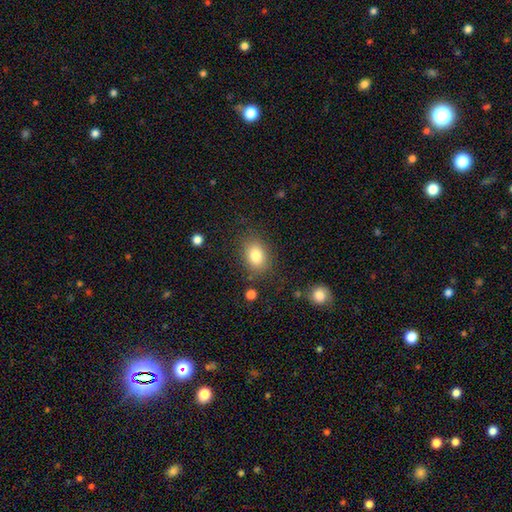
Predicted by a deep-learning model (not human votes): Q: Smooth or featured?
A: smooth (82%); runner-up: star or artifact (9%)
Q: How rounded?
A: in between (67%); runner-up: round (32%)
Q: Merging?
A: none (81%); runner-up: minor disturbance (12%)